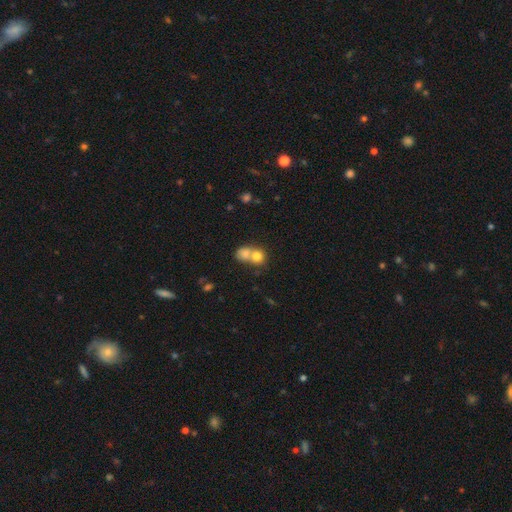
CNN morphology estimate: Smooth or featured?
  - smooth: 77% *
  - featured or disk: 13%
  - star or artifact: 10%
How rounded?
  - round: 75% *
  - in between: 24%
  - cigar-shaped: 1%
Merging?
  - merger: 64% *
  - none: 27%
  - minor disturbance: 5%
  - major disturbance: 3%